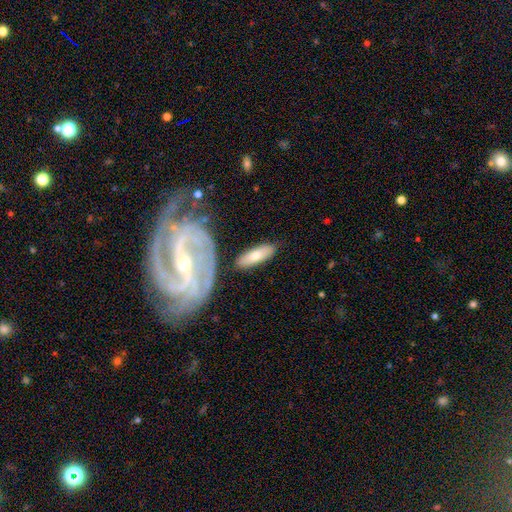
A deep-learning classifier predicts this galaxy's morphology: smooth-or-featured: smooth: 66% | featured or disk: 29% | star or artifact: 5%
  how-rounded: in between: 54% | cigar-shaped: 44% | round: 2%
  merging: none: 78% | minor disturbance: 12% | merger: 6% | major disturbance: 4%